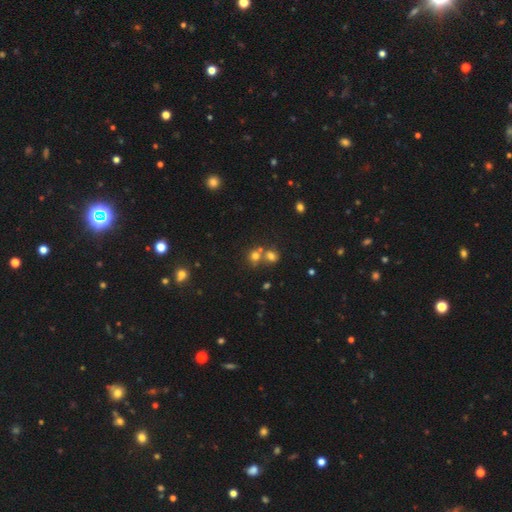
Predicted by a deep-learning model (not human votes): Q: Smooth or featured?
A: smooth (69%); runner-up: star or artifact (20%)
Q: How rounded?
A: round (79%); runner-up: in between (20%)
Q: Merging?
A: merger (45%); runner-up: none (44%)